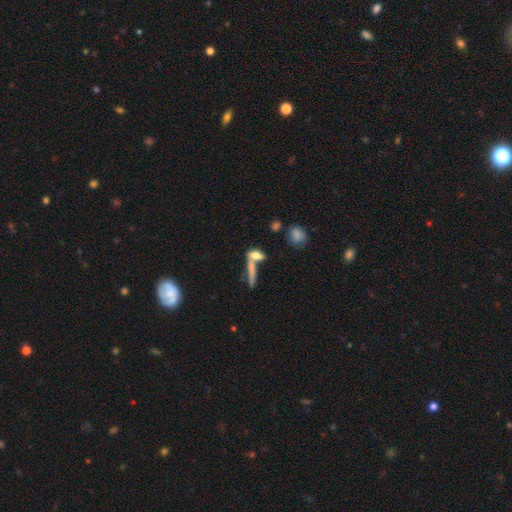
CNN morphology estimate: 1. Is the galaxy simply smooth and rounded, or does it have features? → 66% smooth, 24% featured or disk, 10% star or artifact.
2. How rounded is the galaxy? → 50% cigar-shaped, 43% in between, 7% round.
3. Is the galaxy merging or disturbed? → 41% merger, 40% none, 11% minor disturbance, 8% major disturbance.